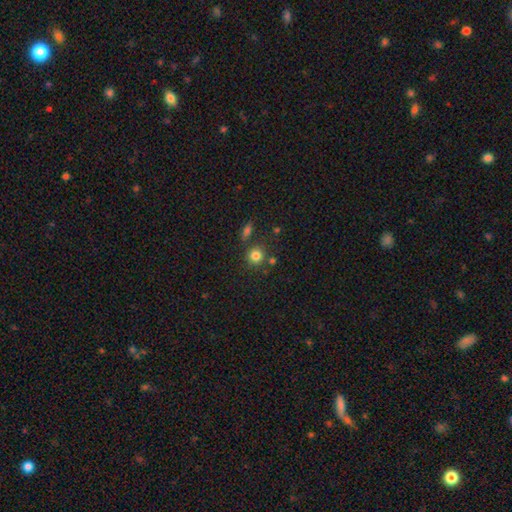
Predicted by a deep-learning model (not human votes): smooth_or_featured: smooth (p=0.81) [alt: star or artifact p=0.13]
how_rounded: round (p=0.89) [alt: in between p=0.10]
merging: none (p=0.76) [alt: merger p=0.10]